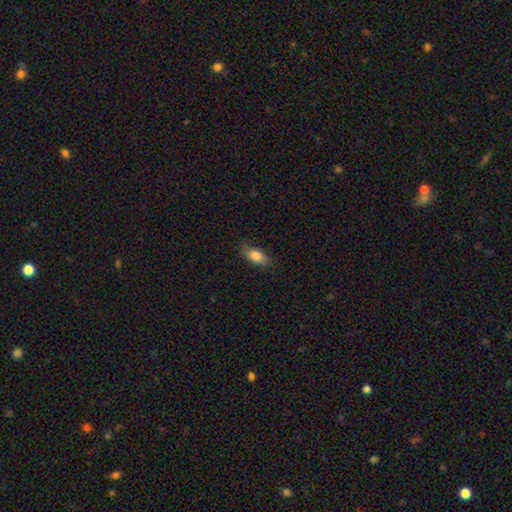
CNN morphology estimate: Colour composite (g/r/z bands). It shows a smooth galaxy with no disk features (82%) that is in between round and cigar-shaped (87%). Merging: none (79%).